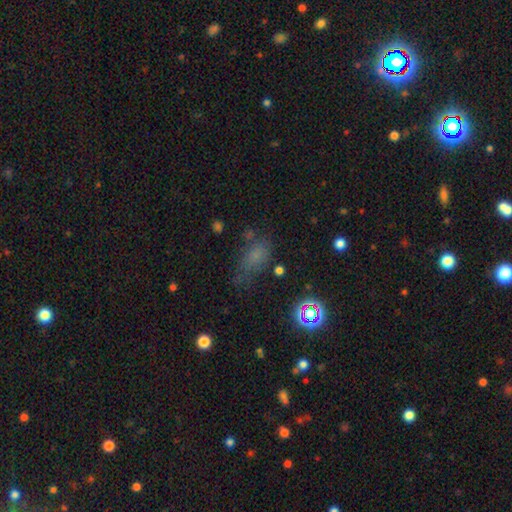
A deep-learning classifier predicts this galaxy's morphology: type=smooth (61%); roundness=in between (79%); merging=none (49%).